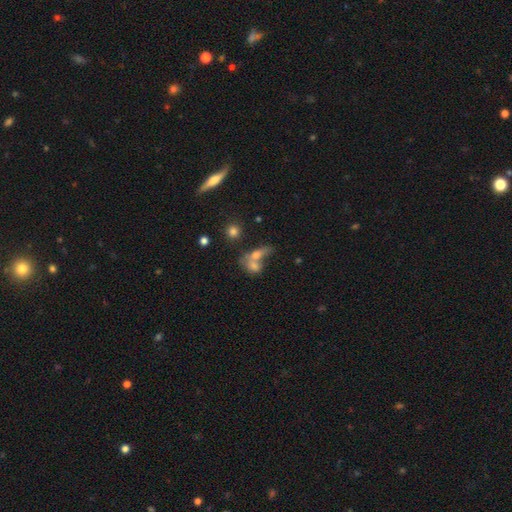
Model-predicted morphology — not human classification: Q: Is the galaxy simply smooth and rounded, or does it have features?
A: smooth — 54%.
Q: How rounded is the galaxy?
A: in between — 56%.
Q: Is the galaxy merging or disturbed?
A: merger — 53%.